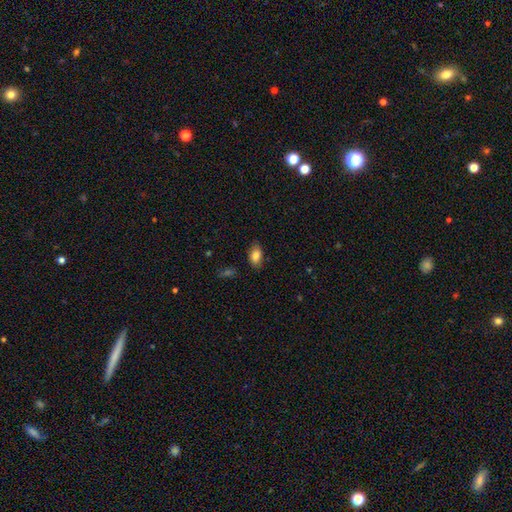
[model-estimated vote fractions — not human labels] Smooth or featured?
  - smooth: 83% *
  - featured or disk: 9%
  - star or artifact: 8%
How rounded?
  - in between: 91% *
  - round: 6%
  - cigar-shaped: 3%
Merging?
  - none: 81% *
  - minor disturbance: 15%
  - major disturbance: 3%
  - merger: 1%